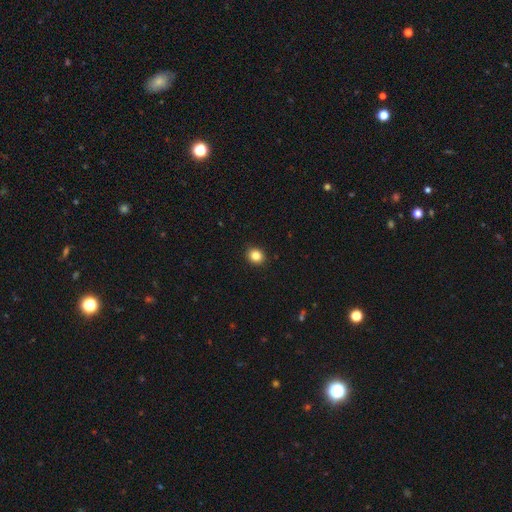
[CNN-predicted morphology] Smooth or featured? Predicted: smooth (p=0.84). How rounded? Predicted: round (p=0.73). Merging? Predicted: none (p=0.92).